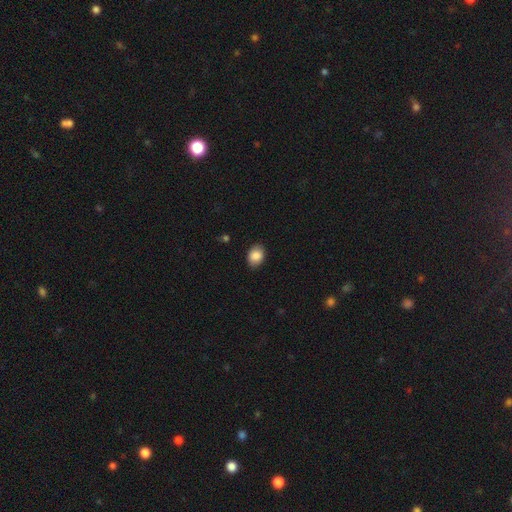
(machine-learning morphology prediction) This appears to be a smooth galaxy with no disk features (87%) that is in between round and cigar-shaped (73%). Merging: none (86%).